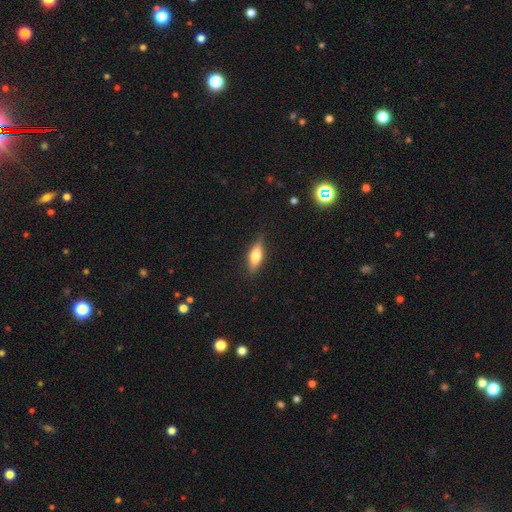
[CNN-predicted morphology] This is possibly a smooth galaxy (59%). How rounded: likely in between (61%). Merging: clearly none (81%).